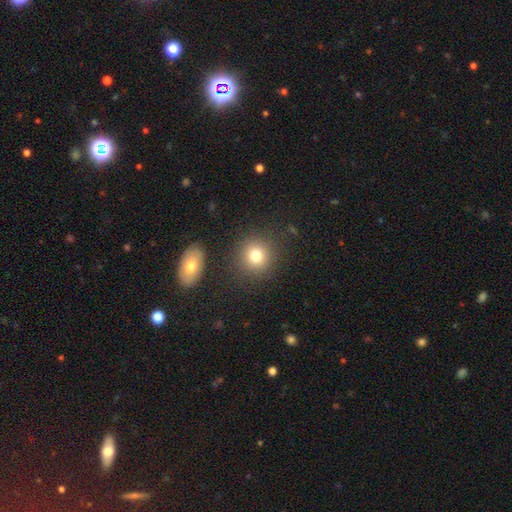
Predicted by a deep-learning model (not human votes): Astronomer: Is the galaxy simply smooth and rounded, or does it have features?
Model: smooth — 78%.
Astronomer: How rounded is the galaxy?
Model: round — 89%.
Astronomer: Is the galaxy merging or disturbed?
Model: none — 85%.